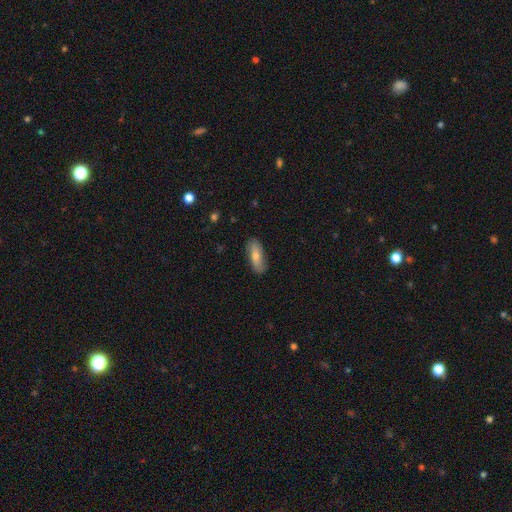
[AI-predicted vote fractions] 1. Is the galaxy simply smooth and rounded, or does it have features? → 65% smooth, 28% featured or disk, 6% star or artifact.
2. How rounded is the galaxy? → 66% in between, 32% cigar-shaped, 3% round.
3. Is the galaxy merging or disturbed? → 84% none, 13% minor disturbance, 2% major disturbance, 1% merger.